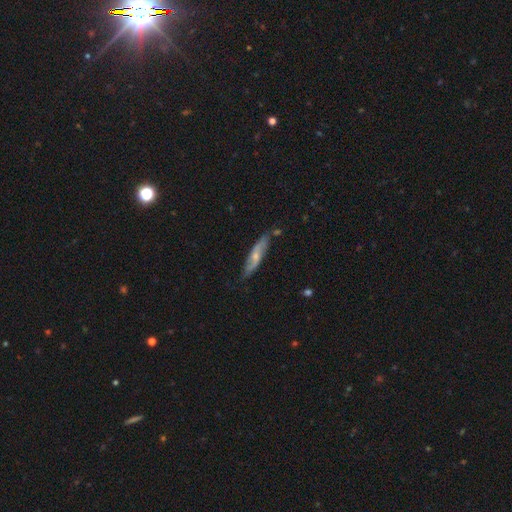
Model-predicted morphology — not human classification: featured or disk 54%, smooth 41%, star or artifact 6%. Down the decision tree: edge-on disk — yes (50%, tied with no); merging — none (75%).